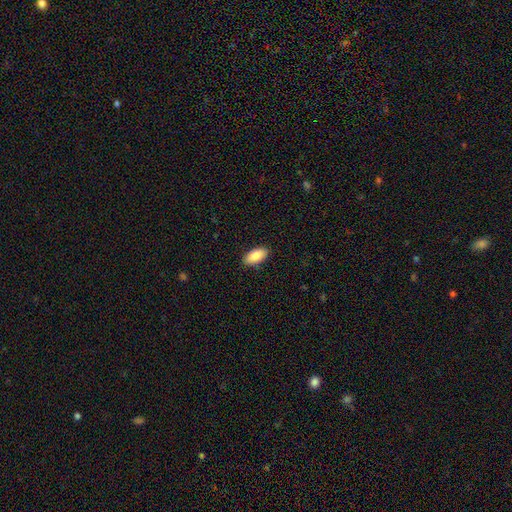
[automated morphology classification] This appears to be a smooth galaxy with no disk features (87%) that is in between round and cigar-shaped (91%). Merging: none (89%).